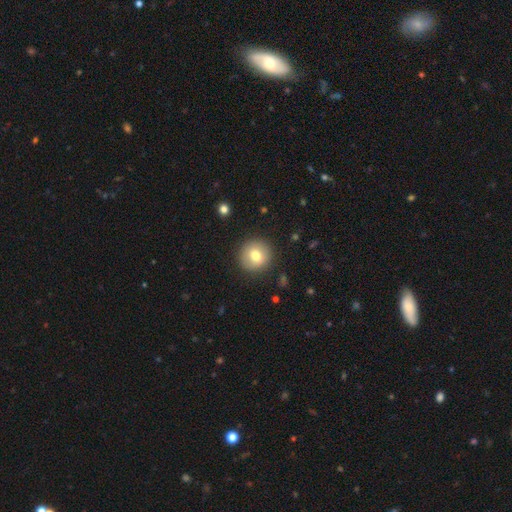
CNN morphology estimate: A smooth galaxy with no disk features (76%) that is round (93%).

Vote fractions:
- Smooth or featured? smooth: 76% / featured or disk: 15% / star or artifact: 9%
- How rounded? round: 93% / in between: 6% / cigar-shaped: 1%
- Merging? none: 90% / minor disturbance: 7% / major disturbance: 2% / merger: 1%